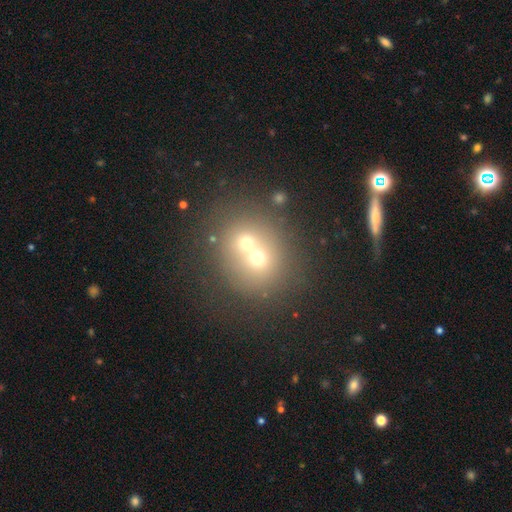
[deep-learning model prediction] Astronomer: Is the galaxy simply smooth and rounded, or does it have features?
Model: smooth — 55%.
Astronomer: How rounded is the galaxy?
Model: round — 83%.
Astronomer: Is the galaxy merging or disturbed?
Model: merger — 57% (runner-up: none, 34%).